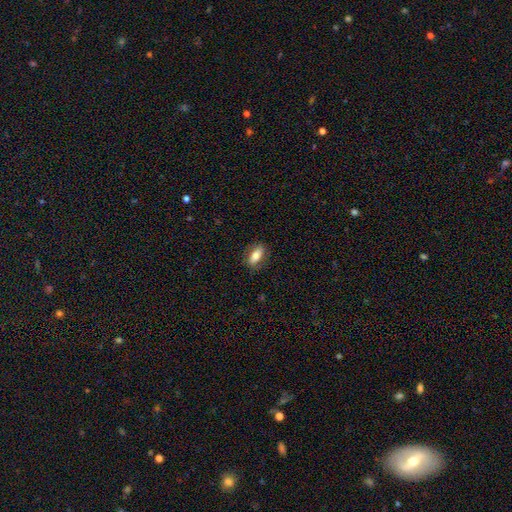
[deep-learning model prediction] Smooth or featured: smooth — 73% (featured or disk — 20%)
How rounded: in between — 78% (cigar-shaped — 18%)
Merging: none — 83% (minor disturbance — 13%)